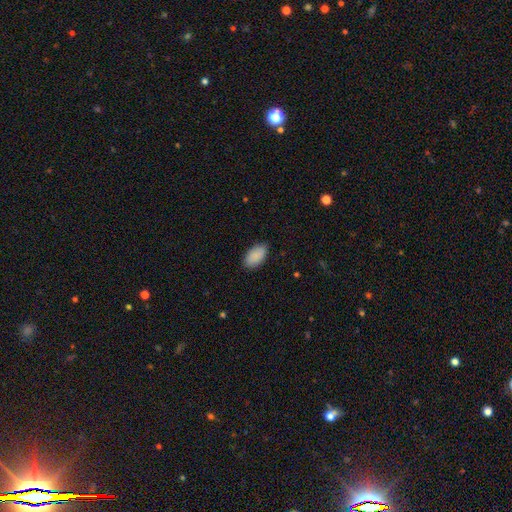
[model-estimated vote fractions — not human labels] smooth_or_featured: smooth (p=0.90) [alt: star or artifact p=0.06]
how_rounded: in between (p=0.95) [alt: round p=0.03]
merging: none (p=0.84) [alt: minor disturbance p=0.13]